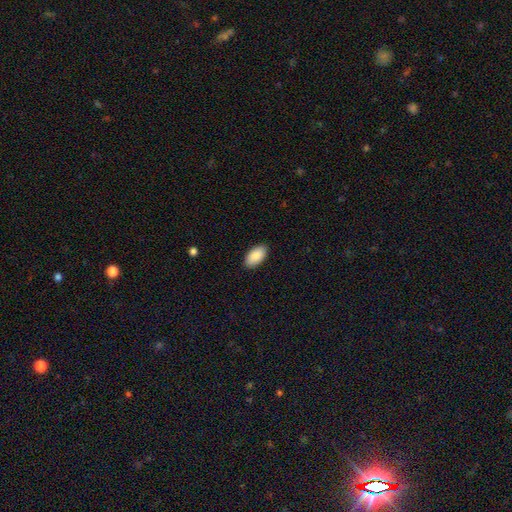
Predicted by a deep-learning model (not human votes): A smooth galaxy with no disk features (89%) that is in between round and cigar-shaped (96%).

Vote fractions:
- Smooth or featured? smooth: 89% / star or artifact: 6% / featured or disk: 5%
- How rounded? in between: 96% / round: 2% / cigar-shaped: 2%
- Merging? none: 90% / minor disturbance: 7% / major disturbance: 2% / merger: 1%